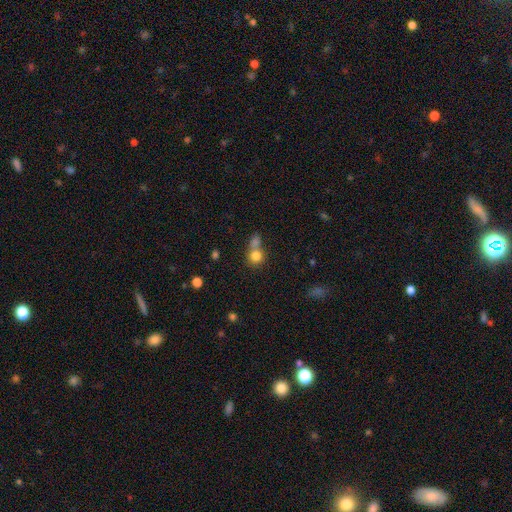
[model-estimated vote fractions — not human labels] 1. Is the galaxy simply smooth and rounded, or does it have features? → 80% smooth, 11% star or artifact, 9% featured or disk.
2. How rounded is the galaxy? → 85% round, 14% in between, 1% cigar-shaped.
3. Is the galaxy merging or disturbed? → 45% merger, 43% none, 8% minor disturbance, 4% major disturbance.